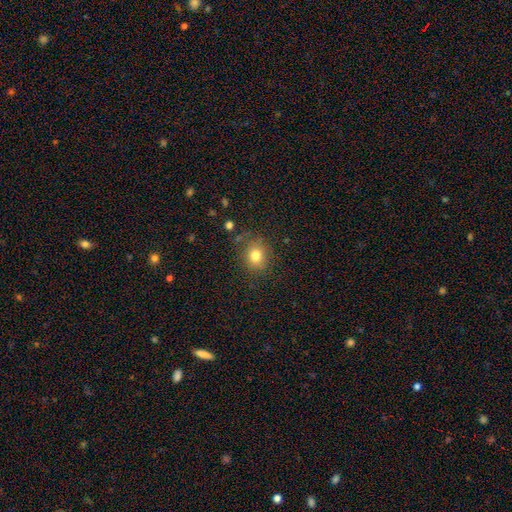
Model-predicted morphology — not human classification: type=smooth (79%); roundness=round (75%); merging=none (80%).